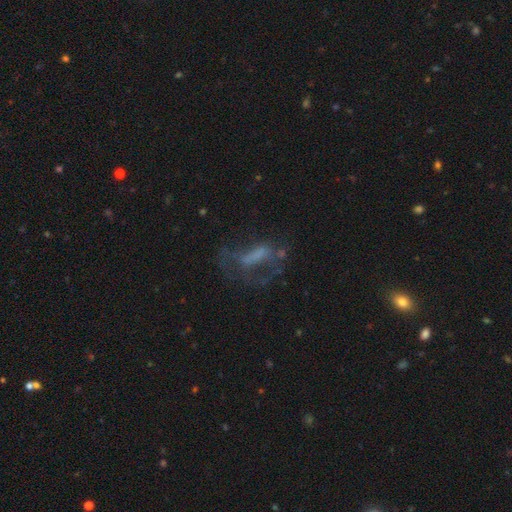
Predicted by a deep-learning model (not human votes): A featured or disk galaxy (49%). Merging: major disturbance (40%).